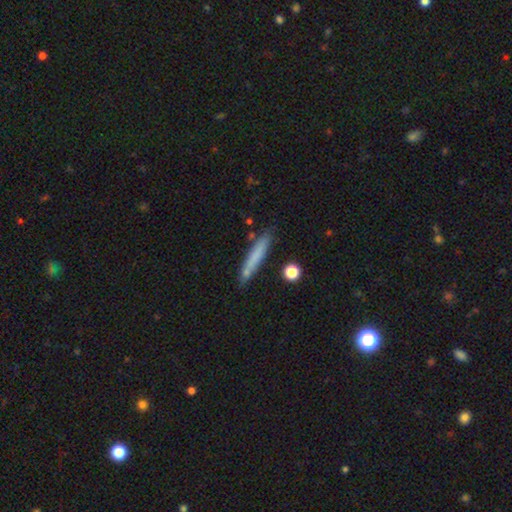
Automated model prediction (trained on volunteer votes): Smooth or featured? Predicted: smooth (p=0.70). How rounded? Predicted: cigar-shaped (p=0.92). Merging? Predicted: none (p=0.76).